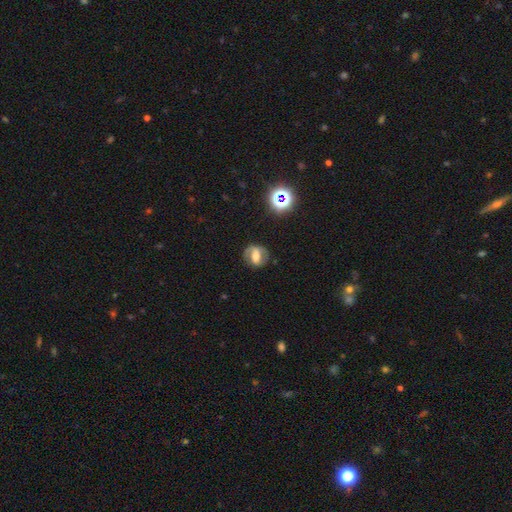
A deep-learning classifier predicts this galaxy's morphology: A featured or disk galaxy (62%) with a strong bar (53%), spiral arms (74%) and a moderate central bulge (46%). Merging: none (74%).